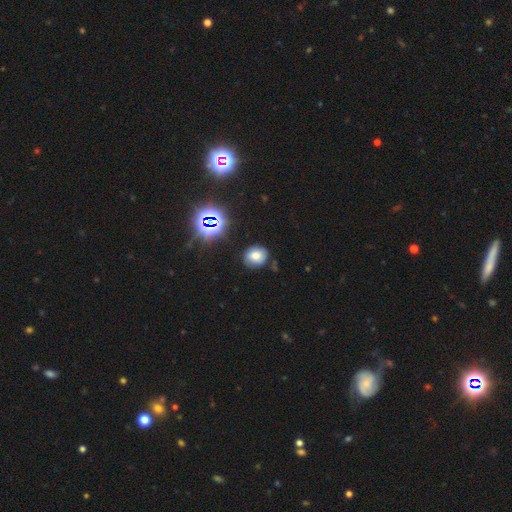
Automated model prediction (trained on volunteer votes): Smooth or featured? smooth (68%)
How rounded? round (66%)
Merging? none (80%)